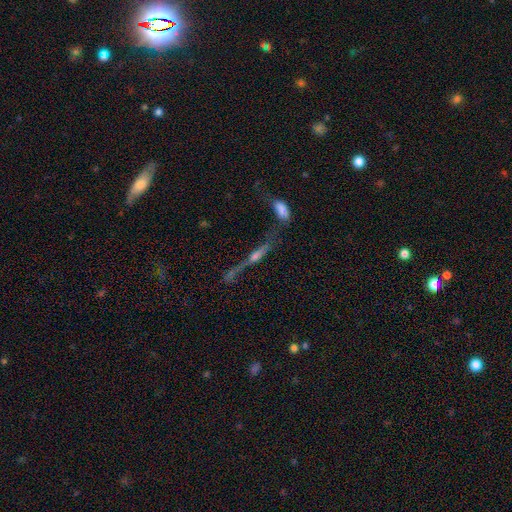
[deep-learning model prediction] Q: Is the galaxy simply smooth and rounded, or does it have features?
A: featured or disk — 68%.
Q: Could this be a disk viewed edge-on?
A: yes — 81%.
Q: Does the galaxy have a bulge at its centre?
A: rounded — 82%.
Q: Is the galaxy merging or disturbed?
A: none — 43%.